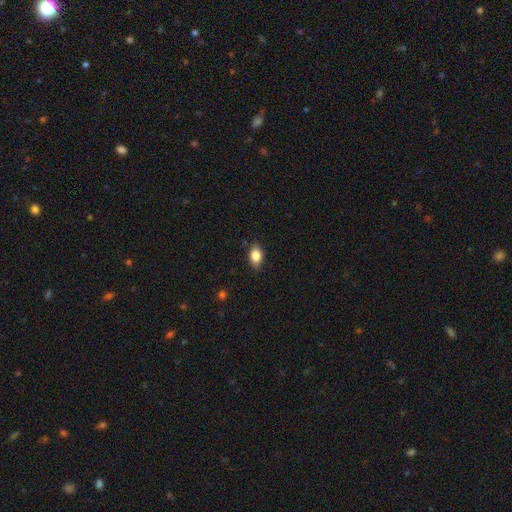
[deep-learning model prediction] Smooth or featured? smooth (86%)
How rounded? in between (85%)
Merging? none (85%)